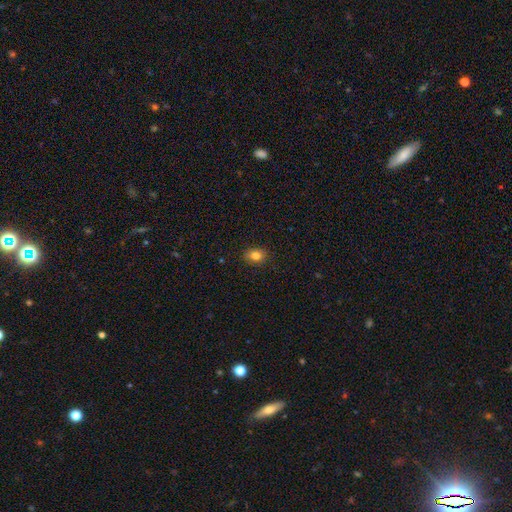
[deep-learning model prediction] smooth_or_featured: smooth (p=0.81) [alt: star or artifact p=0.11]
how_rounded: in between (p=0.62) [alt: round p=0.37]
merging: none (p=0.89) [alt: minor disturbance p=0.09]